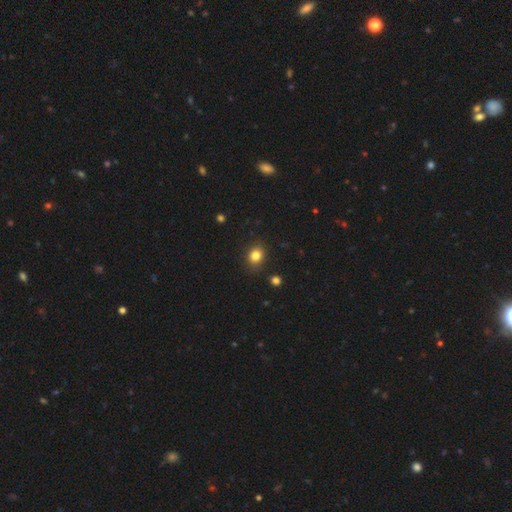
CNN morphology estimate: smooth 83%, star or artifact 12%, featured or disk 6%. Down the decision tree: how rounded — round (59%); merging — none (85%).